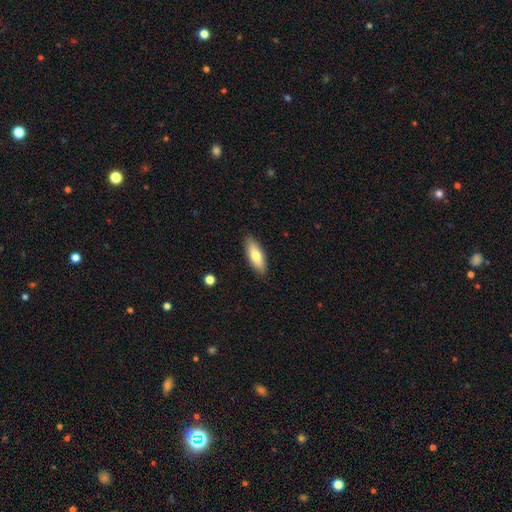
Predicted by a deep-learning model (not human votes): Morphology: type=smooth (73%); roundness=in between (67%); merging=none (88%).